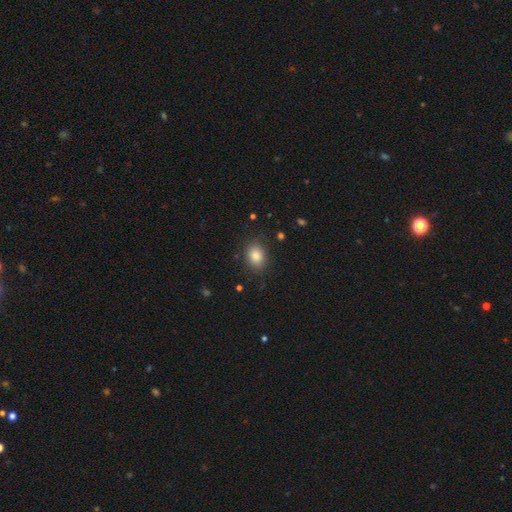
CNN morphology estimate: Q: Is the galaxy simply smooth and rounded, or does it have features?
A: smooth — 84%.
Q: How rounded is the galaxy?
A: in between — 62%.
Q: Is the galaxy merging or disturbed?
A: none — 84%.